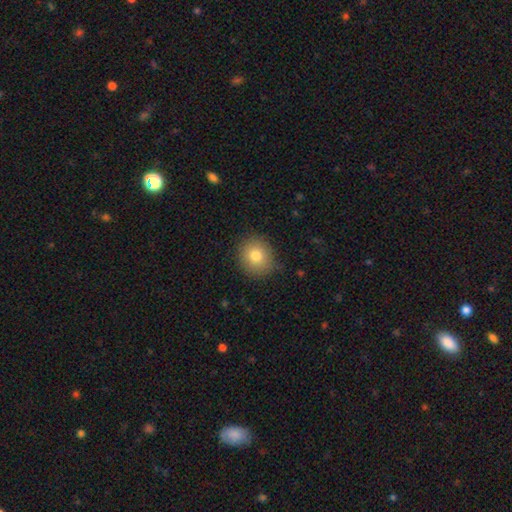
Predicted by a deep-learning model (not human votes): A smooth galaxy with no disk features (79%) that is round (79%).

Vote fractions:
- Smooth or featured? smooth: 79% / featured or disk: 10% / star or artifact: 10%
- How rounded? round: 79% / in between: 20% / cigar-shaped: 1%
- Merging? none: 82% / minor disturbance: 13% / major disturbance: 3% / merger: 1%